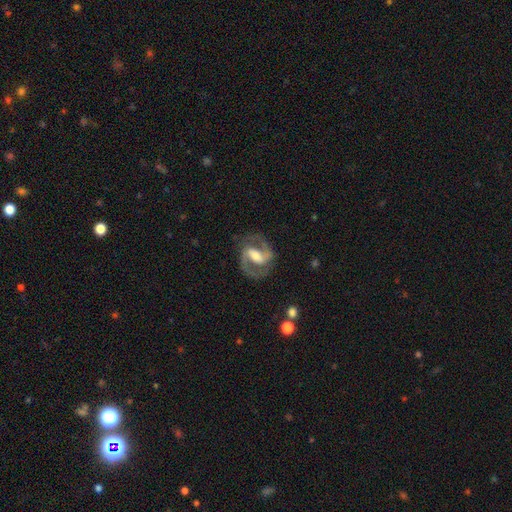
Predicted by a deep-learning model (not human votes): The model was most divided on "bar": strong: 50%, weak: 37%, no: 12%. More confident: edge-on disk — no (98%); spiral arms — yes (97%); spiral arm count — 2 (94%); smooth or featured — featured or disk (90%); merging — none (82%); spiral winding — medium (64%); bulge size — moderate (56%).